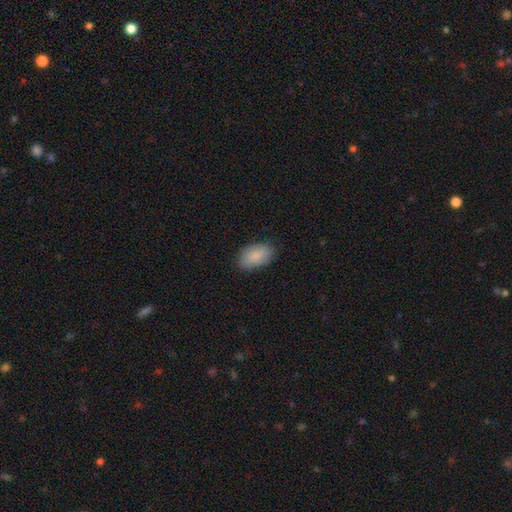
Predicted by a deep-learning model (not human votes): Smooth or featured? Predicted: smooth (p=0.87). How rounded? Predicted: in between (p=0.93). Merging? Predicted: none (p=0.83).